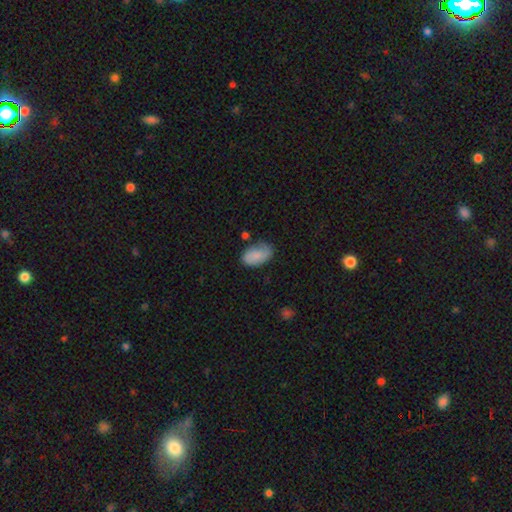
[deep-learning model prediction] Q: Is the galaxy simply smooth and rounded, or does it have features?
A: smooth — 81%.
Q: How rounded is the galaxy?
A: in between — 93%.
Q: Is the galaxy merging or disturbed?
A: none — 64%.